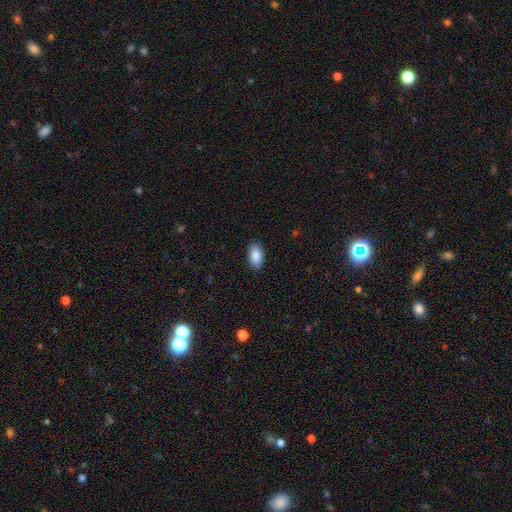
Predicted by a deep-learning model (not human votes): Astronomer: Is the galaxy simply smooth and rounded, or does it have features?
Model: smooth — 89%.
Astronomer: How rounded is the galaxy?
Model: in between — 93%.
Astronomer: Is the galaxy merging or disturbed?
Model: none — 88%.